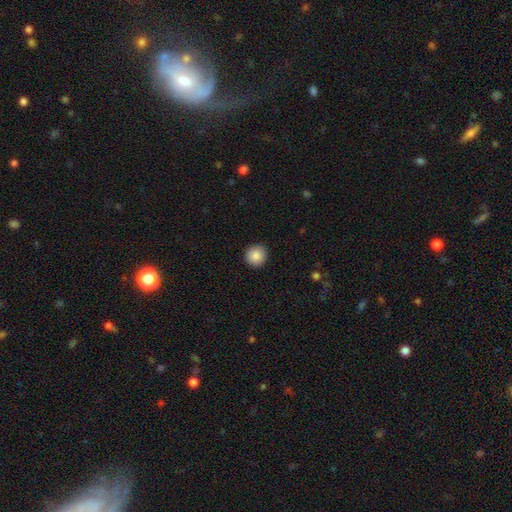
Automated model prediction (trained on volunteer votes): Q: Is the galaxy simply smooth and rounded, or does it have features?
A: smooth — 88%.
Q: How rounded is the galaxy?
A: round — 92%.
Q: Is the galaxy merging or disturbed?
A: none — 92%.